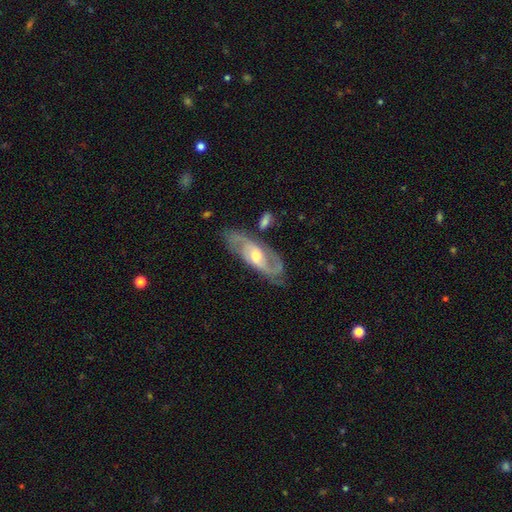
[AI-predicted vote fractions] smooth_or_featured: featured or disk (p=0.85) [alt: smooth p=0.10]
disk_edge_on: no (p=0.90) [alt: yes p=0.10]
bar: weak (p=0.45) [alt: no p=0.41]
has_spiral_arms: yes (p=0.95) [alt: no p=0.05]
spiral_winding: medium (p=0.51) [alt: tight p=0.33]
spiral_arm_count: 2 (p=0.80) [alt: can't tell p=0.09]
bulge_size: moderate (p=0.64) [alt: small p=0.27]
merging: none (p=0.73) [alt: minor disturbance p=0.16]